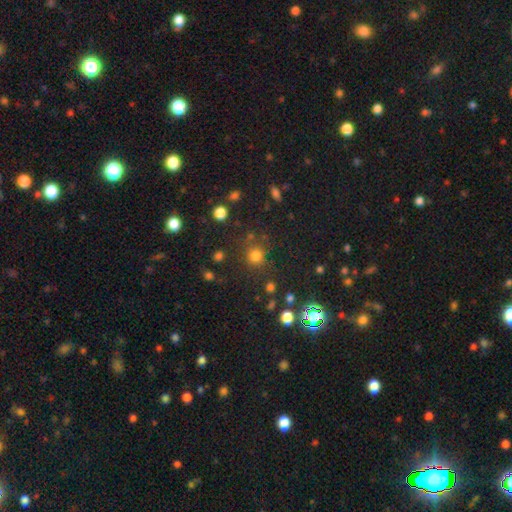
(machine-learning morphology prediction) smooth_or_featured: smooth (p=0.76) [alt: star or artifact p=0.19]
how_rounded: round (p=0.89) [alt: in between p=0.10]
merging: none (p=0.78) [alt: minor disturbance p=0.10]